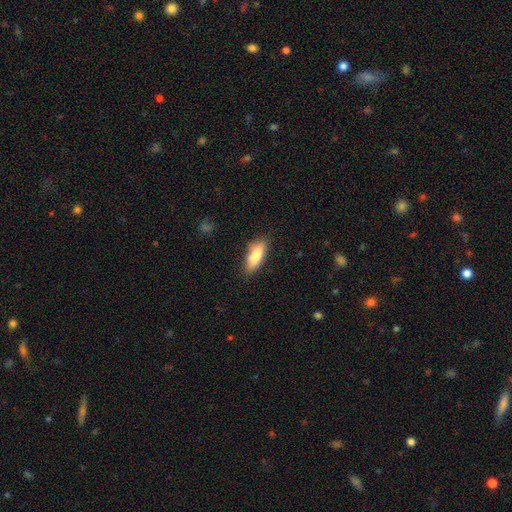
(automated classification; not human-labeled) Smooth or featured? Predicted: smooth (p=0.82). How rounded? Predicted: in between (p=0.66). Merging? Predicted: none (p=0.77).